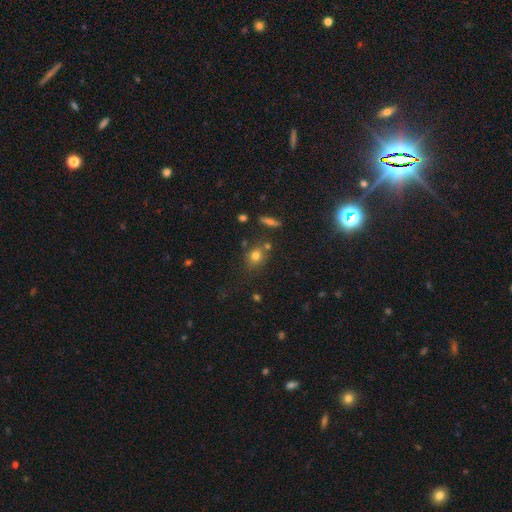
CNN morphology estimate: The model was most divided on "how rounded": round: 63%, in between: 34%, cigar-shaped: 2%. More confident: smooth or featured — smooth (75%); merging — none (69%).